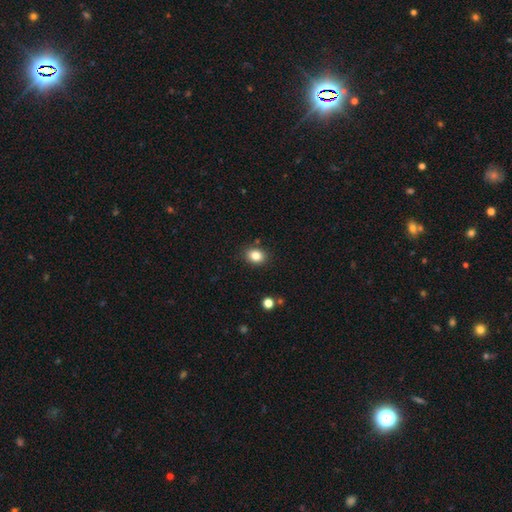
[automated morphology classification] A smooth galaxy with no disk features (84%) that is in between round and cigar-shaped (51%).

Vote fractions:
- Smooth or featured? smooth: 84% / star or artifact: 11% / featured or disk: 6%
- How rounded? in between: 51% / round: 48% / cigar-shaped: 1%
- Merging? none: 86% / minor disturbance: 9% / major disturbance: 2% / merger: 2%